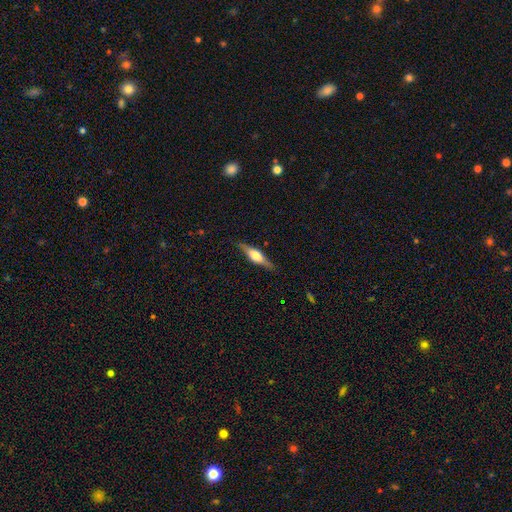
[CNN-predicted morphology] Overall: featured or disk (64%; smooth 30%). Edge-on disk: yes (95%). Edge-on bulge: rounded (86%). Merging: none (86%).